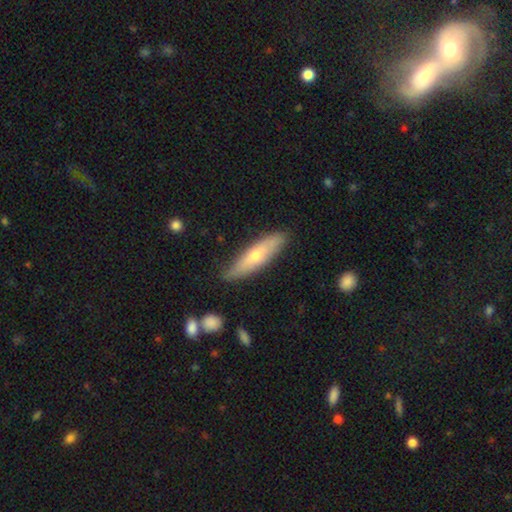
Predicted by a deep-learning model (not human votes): A smooth galaxy with no disk features (55%) that is cigar-shaped (71%).

Vote fractions:
- Smooth or featured? smooth: 55% / featured or disk: 39% / star or artifact: 6%
- How rounded? cigar-shaped: 71% / in between: 27% / round: 2%
- Merging? none: 81% / minor disturbance: 14% / major disturbance: 3% / merger: 2%